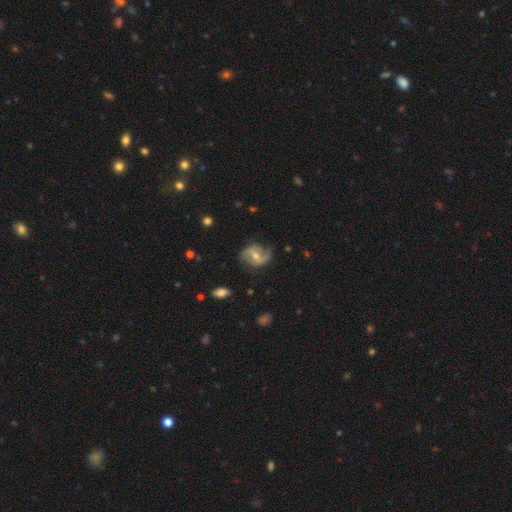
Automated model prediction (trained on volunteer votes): This is likely a featured or disk galaxy (74%). It is clearly not viewed edge-on (97%). Bar: possibly weak (48%). Spiral arm pattern: clearly yes (88%). Spiral arm count: clearly 2 (84%). Spiral winding: marginally medium (41%, tied with loose). Central bulge: possibly moderate (58%). Merging: likely none (71%).